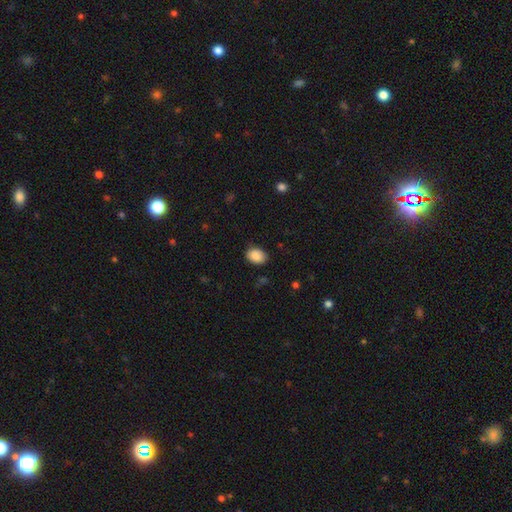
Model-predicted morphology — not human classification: This appears to be a smooth galaxy with no disk features (89%) that is in between round and cigar-shaped (73%). Merging: none (83%).